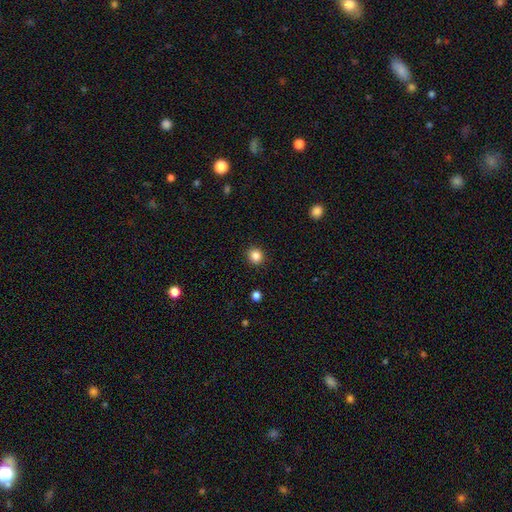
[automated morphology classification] Smooth or featured?
  - smooth: 85% *
  - star or artifact: 11%
  - featured or disk: 4%
How rounded?
  - round: 91% *
  - in between: 8%
  - cigar-shaped: 1%
Merging?
  - none: 92% *
  - minor disturbance: 5%
  - major disturbance: 2%
  - merger: 1%